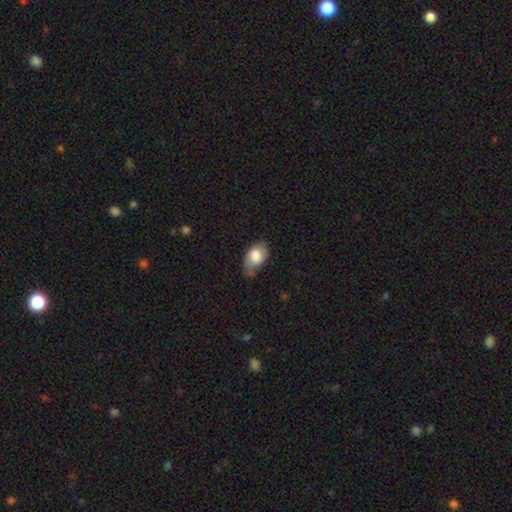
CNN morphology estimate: A smooth galaxy with no disk features (80%) that is in between round and cigar-shaped (90%).

Vote fractions:
- Smooth or featured? smooth: 80% / featured or disk: 13% / star or artifact: 7%
- How rounded? in between: 90% / round: 9% / cigar-shaped: 2%
- Merging? none: 48% / minor disturbance: 39% / major disturbance: 9% / merger: 3%